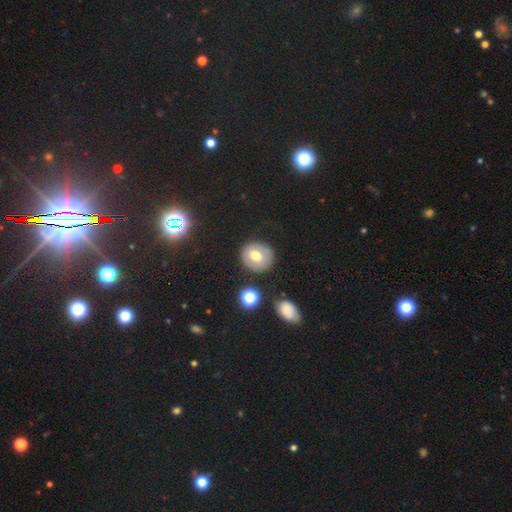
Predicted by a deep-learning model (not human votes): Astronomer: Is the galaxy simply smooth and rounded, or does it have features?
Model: smooth — 66%.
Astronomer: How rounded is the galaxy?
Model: round — 84%.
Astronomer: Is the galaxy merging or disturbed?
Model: none — 84%.